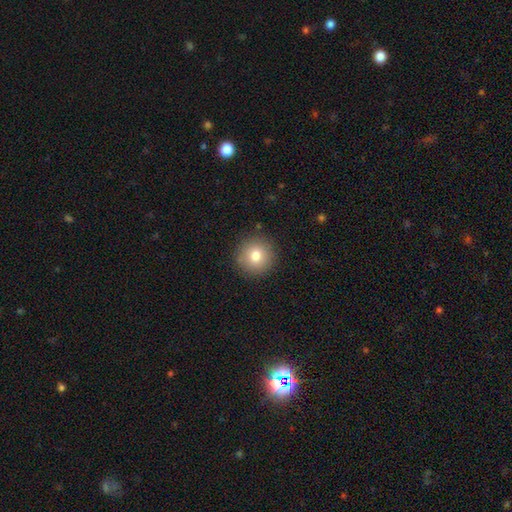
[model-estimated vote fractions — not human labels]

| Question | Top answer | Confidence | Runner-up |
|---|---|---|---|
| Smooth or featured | smooth | 79% | featured or disk (10%) |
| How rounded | round | 94% | in between (5%) |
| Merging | none | 90% | minor disturbance (7%) |